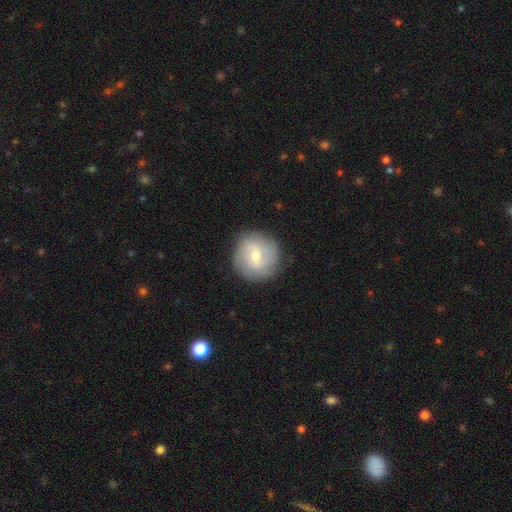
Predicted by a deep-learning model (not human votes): Morphology: type=featured or disk (52%); edge-on=no (97%); bar=weak (56%); spiral arms=yes (75%); bulge=moderate (48%); merging=none (85%).